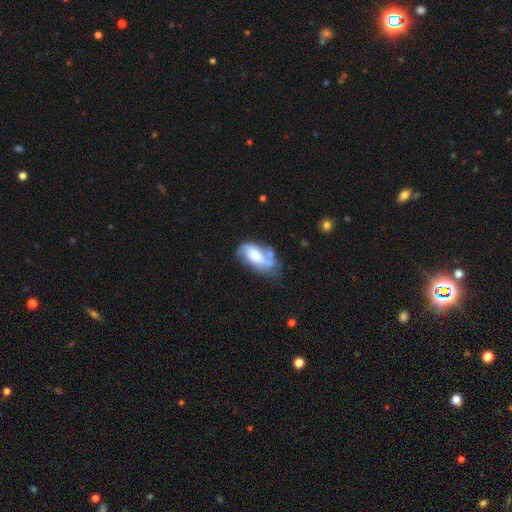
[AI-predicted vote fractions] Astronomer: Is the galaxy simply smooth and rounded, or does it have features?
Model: featured or disk — 61%.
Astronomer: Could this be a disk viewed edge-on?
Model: no — 95%.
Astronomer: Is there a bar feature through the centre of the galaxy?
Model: no — 62%.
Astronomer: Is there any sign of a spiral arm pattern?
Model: yes — 81%.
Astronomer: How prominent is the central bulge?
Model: moderate — 47% (runner-up: large, 24%).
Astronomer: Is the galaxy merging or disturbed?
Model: none — 40% (runner-up: minor disturbance, 28%).